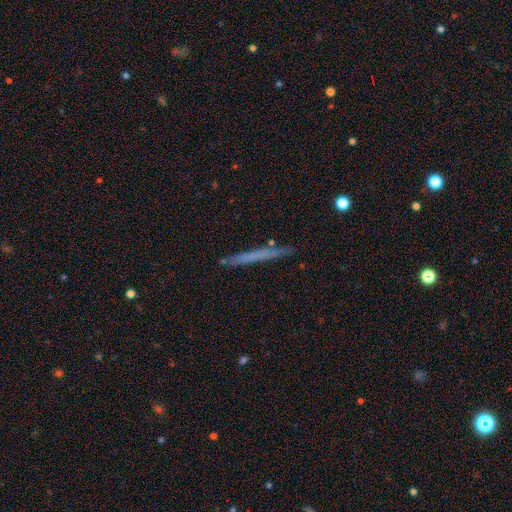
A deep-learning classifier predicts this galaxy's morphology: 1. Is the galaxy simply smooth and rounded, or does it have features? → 53% smooth, 40% featured or disk, 7% star or artifact.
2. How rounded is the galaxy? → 97% cigar-shaped, 2% in between, 1% round.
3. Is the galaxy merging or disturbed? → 88% none, 9% minor disturbance, 2% major disturbance, 2% merger.